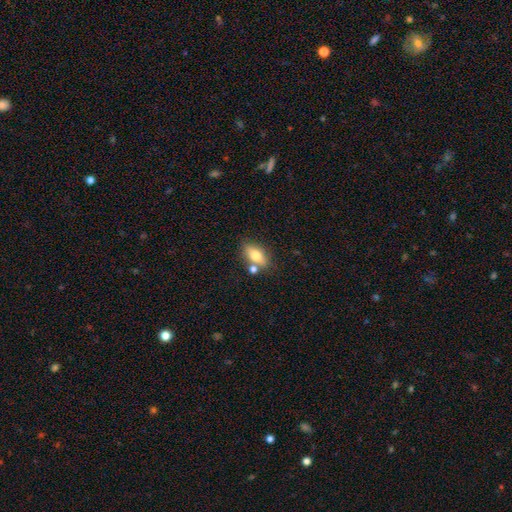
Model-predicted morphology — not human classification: Smooth or featured?
  - smooth: 72% *
  - featured or disk: 20%
  - star or artifact: 8%
How rounded?
  - in between: 83% *
  - round: 9%
  - cigar-shaped: 9%
Merging?
  - none: 67% *
  - merger: 17%
  - minor disturbance: 13%
  - major disturbance: 4%